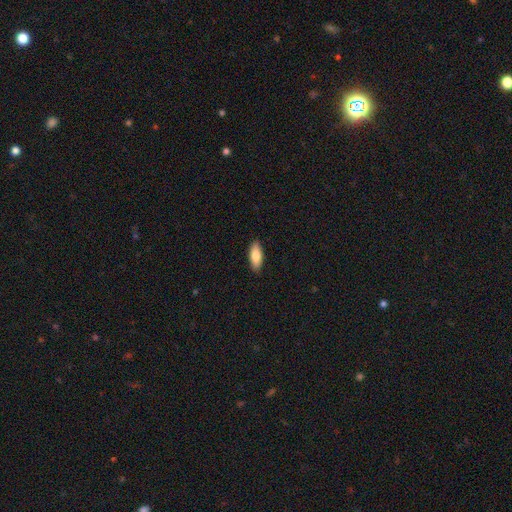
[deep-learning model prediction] A smooth galaxy with no disk features (80%) that is in between round and cigar-shaped (73%). Merging: none (89%).